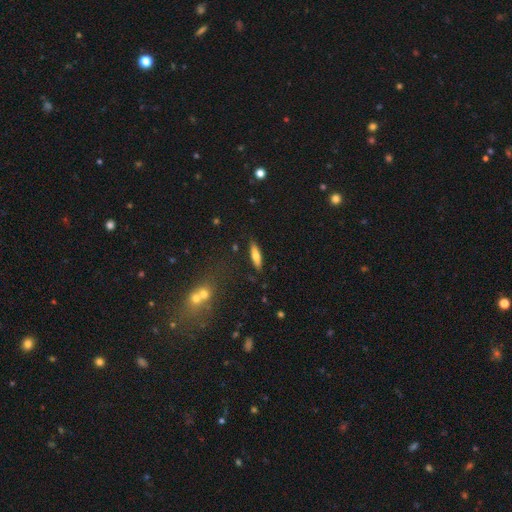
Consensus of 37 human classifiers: smooth_or_featured: smooth (p=0.76) [alt: featured or disk p=0.19]
how_rounded: cigar-shaped (p=0.75) [alt: in between p=0.25]
merging: none (p=0.91) [alt: minor disturbance p=0.06]